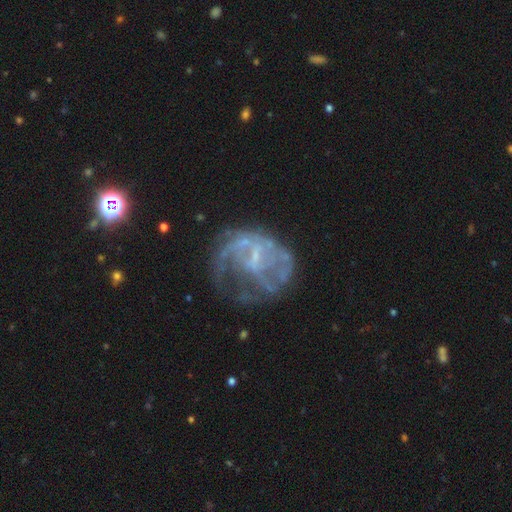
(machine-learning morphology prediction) Overall: featured or disk (73%). Edge-on disk: no (98%). Bar: no (50%; weak 39%). Spiral arms: yes (56%; no 44%). Bulge size: small (44%; none 42%). Merging: major disturbance (40%; none 37%).